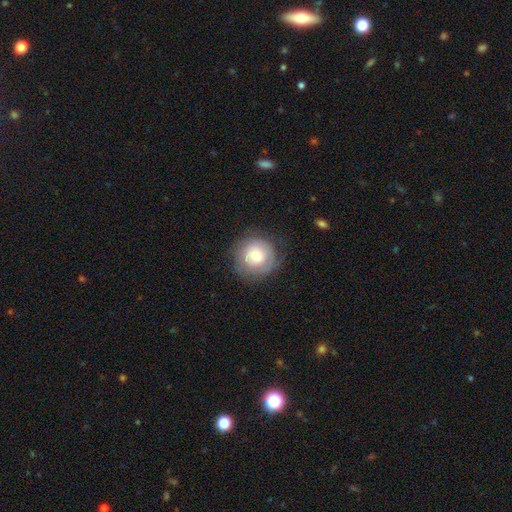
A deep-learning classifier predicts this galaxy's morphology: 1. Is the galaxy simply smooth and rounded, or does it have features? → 62% smooth, 30% featured or disk, 8% star or artifact.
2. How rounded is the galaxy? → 93% round, 6% in between, 1% cigar-shaped.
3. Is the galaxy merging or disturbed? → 77% none, 15% minor disturbance, 7% major disturbance, 1% merger.